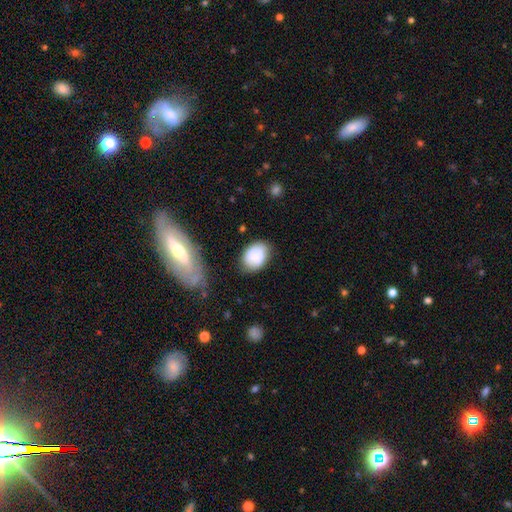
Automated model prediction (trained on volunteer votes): Q: Smooth or featured?
A: smooth (70%); runner-up: featured or disk (21%)
Q: How rounded?
A: in between (76%); runner-up: round (23%)
Q: Merging?
A: none (68%); runner-up: minor disturbance (22%)